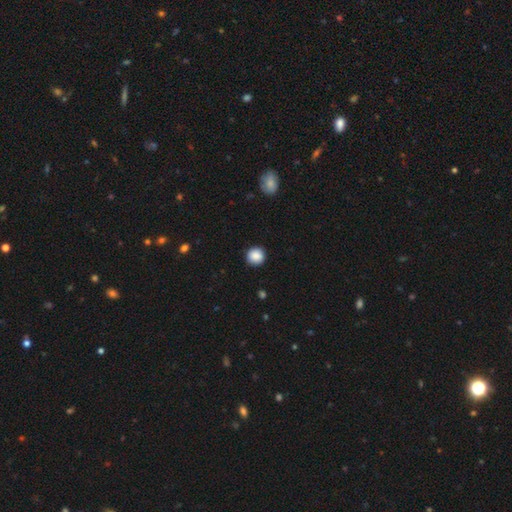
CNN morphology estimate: smooth_or_featured: smooth (p=0.88) [alt: star or artifact p=0.09]
how_rounded: round (p=0.94) [alt: in between p=0.05]
merging: none (p=0.91) [alt: minor disturbance p=0.06]